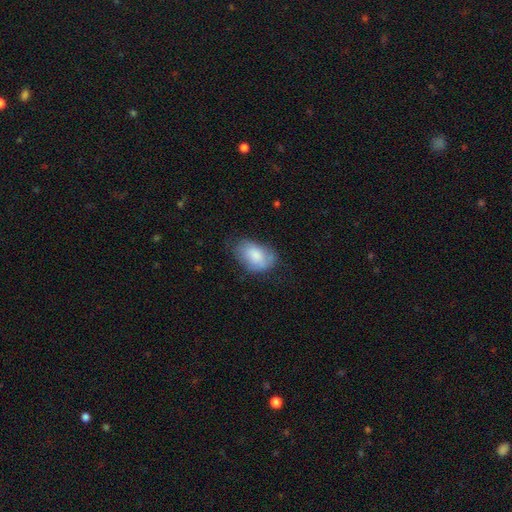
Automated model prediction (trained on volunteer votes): A smooth galaxy with no disk features (77%) that is in between round and cigar-shaped (89%). Merging: none (56%).